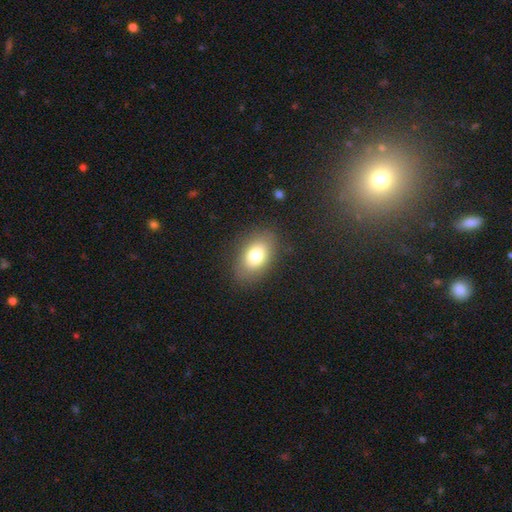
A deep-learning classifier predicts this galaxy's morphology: Smooth or featured?
  - smooth: 77% *
  - featured or disk: 14%
  - star or artifact: 9%
How rounded?
  - in between: 87% *
  - round: 11%
  - cigar-shaped: 2%
Merging?
  - none: 84% *
  - minor disturbance: 11%
  - major disturbance: 4%
  - merger: 1%